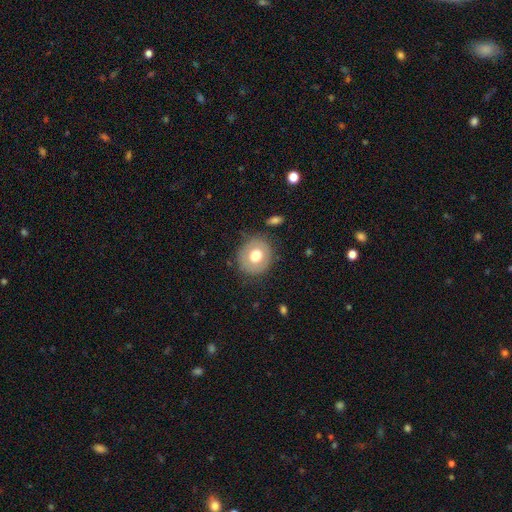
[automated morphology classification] A smooth galaxy with no disk features (67%) that is round (82%). Merging: none (84%).